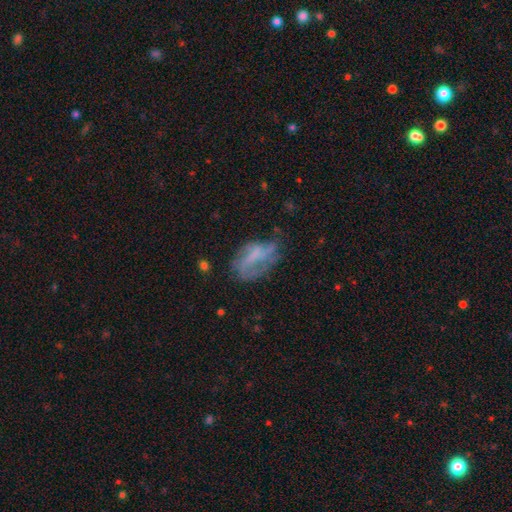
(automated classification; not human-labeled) smooth_or_featured: featured or disk (p=0.52) [alt: smooth p=0.36]
disk_edge_on: no (p=0.96) [alt: yes p=0.04]
bar: no (p=0.54) [alt: weak p=0.32]
has_spiral_arms: no (p=0.50) [tied with: yes p=0.50]
bulge_size: none (p=0.64) [alt: small p=0.17]
merging: none (p=0.38) [alt: major disturbance p=0.31]